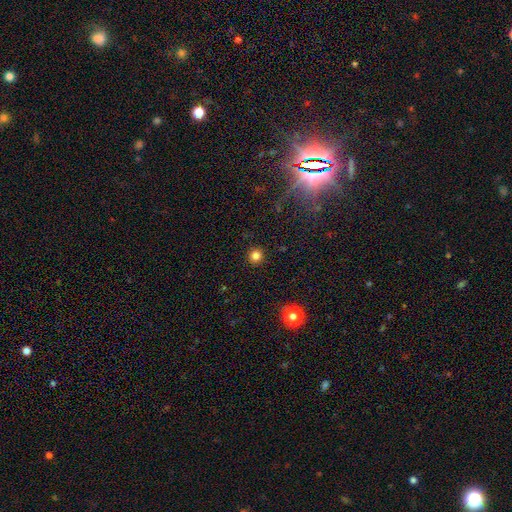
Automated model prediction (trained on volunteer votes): Q: Smooth or featured?
A: smooth (82%); runner-up: star or artifact (14%)
Q: How rounded?
A: round (94%); runner-up: in between (6%)
Q: Merging?
A: none (92%); runner-up: minor disturbance (5%)